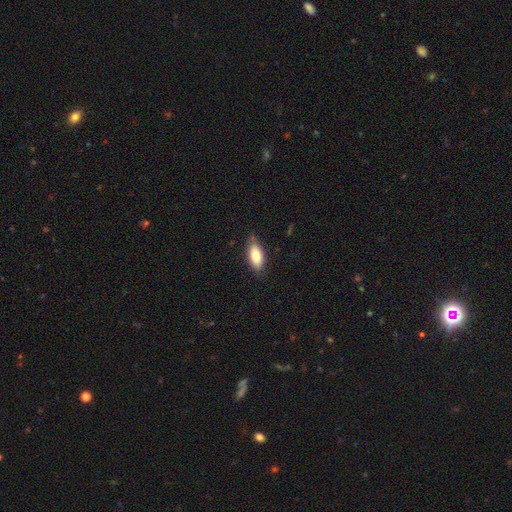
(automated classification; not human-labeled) This appears to be a smooth galaxy with no disk features (78%) that is in between round and cigar-shaped (85%). Merging: none (78%).